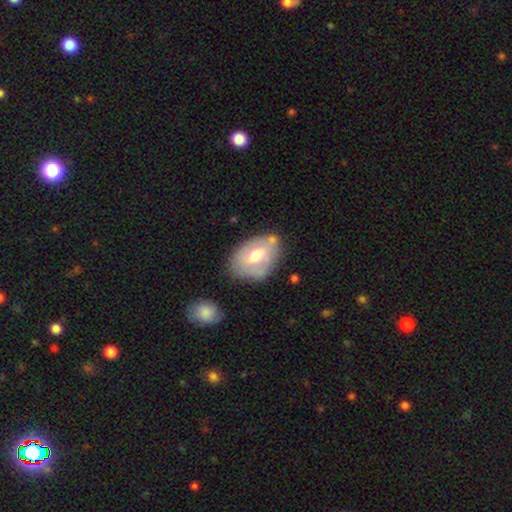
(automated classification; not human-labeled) Smooth or featured?
  - smooth: 50% *
  - featured or disk: 44%
  - star or artifact: 6%
Merging?
  - none: 61% *
  - minor disturbance: 24%
  - merger: 9%
  - major disturbance: 6%